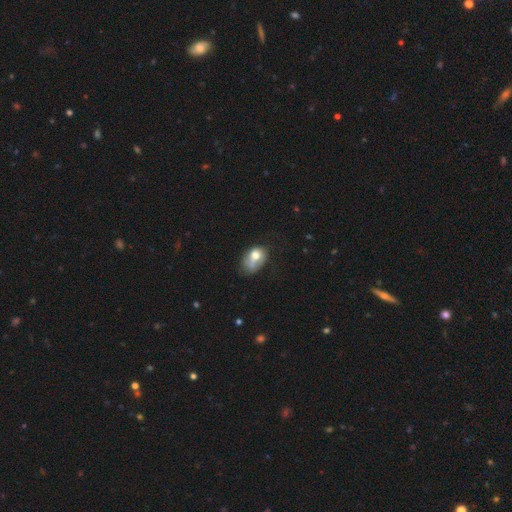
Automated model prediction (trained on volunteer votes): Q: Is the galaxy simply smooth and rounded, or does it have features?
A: smooth — 62%.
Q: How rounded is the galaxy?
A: in between — 76%.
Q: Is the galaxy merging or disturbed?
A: minor disturbance — 32%, tied with major disturbance.